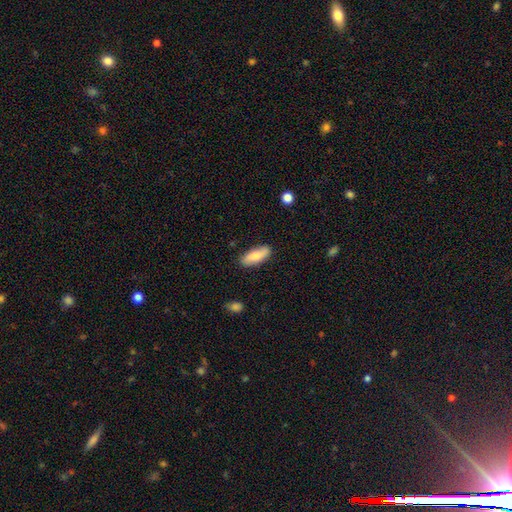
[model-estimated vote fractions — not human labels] This is likely a smooth galaxy (75%). How rounded: likely in between (71%). Merging: clearly none (85%).